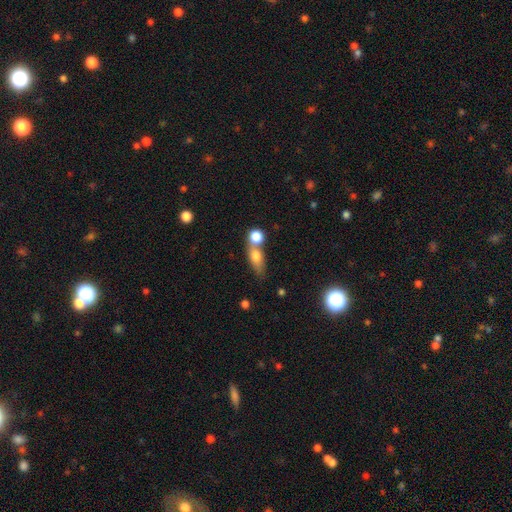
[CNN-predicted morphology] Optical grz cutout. It shows a smooth galaxy with no disk features (73%) that is in between round and cigar-shaped (58%). Merging: merger (45%).